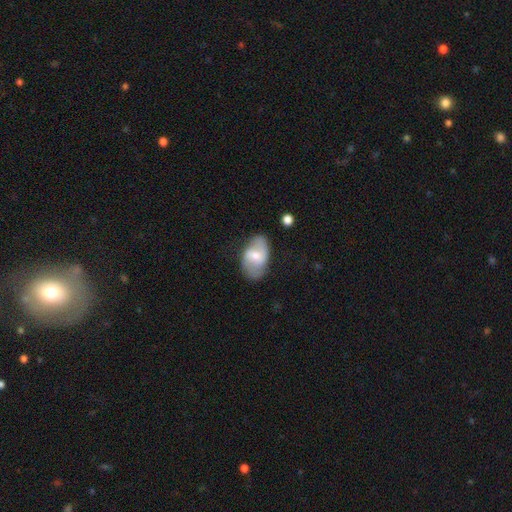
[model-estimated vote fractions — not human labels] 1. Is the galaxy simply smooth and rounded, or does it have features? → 49% featured or disk, 45% smooth, 7% star or artifact.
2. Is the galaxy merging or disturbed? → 68% none, 23% minor disturbance, 7% major disturbance, 2% merger.